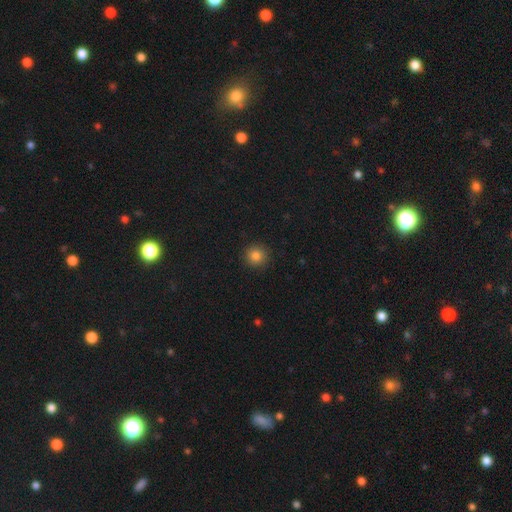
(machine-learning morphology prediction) This is clearly a smooth galaxy (84%). How rounded: clearly round (94%). Merging: clearly none (91%).